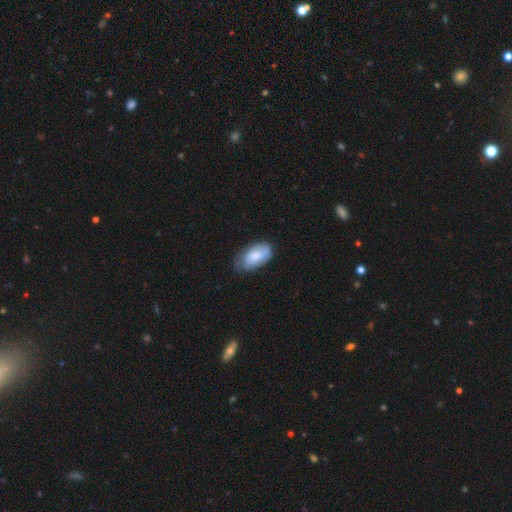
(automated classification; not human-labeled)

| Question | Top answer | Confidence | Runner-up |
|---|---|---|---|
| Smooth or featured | smooth | 69% | featured or disk (25%) |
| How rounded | in between | 94% | round (3%) |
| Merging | none | 58% | minor disturbance (33%) |